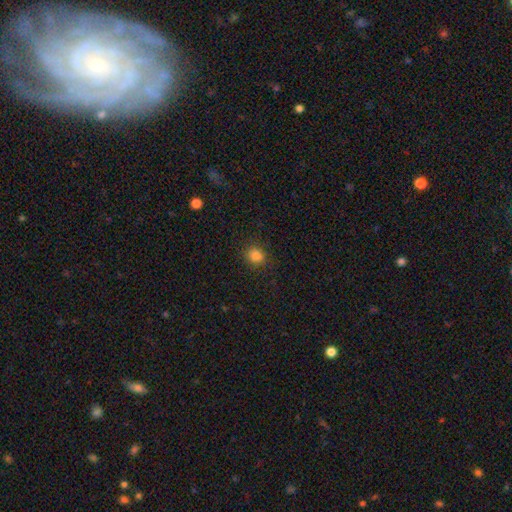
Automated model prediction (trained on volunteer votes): A smooth galaxy with no disk features (82%) that is round (71%).

Vote fractions:
- Smooth or featured? smooth: 82% / star or artifact: 14% / featured or disk: 4%
- How rounded? round: 71% / in between: 28% / cigar-shaped: 1%
- Merging? none: 86% / minor disturbance: 9% / major disturbance: 3% / merger: 2%